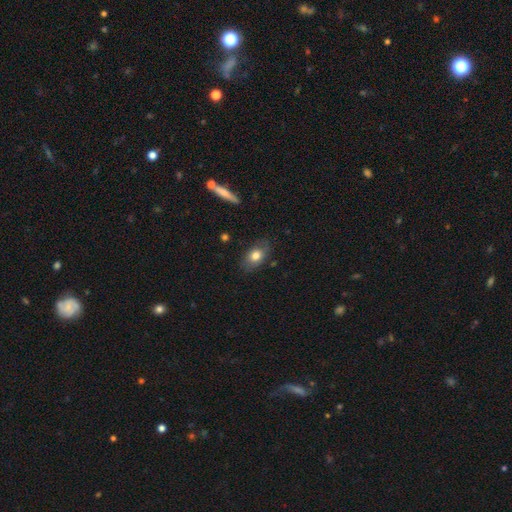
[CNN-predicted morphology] Overall: smooth (77%). How rounded: in between (81%). Merging: none (77%).